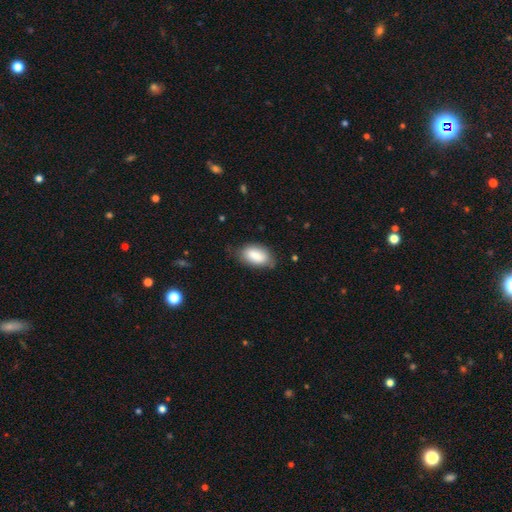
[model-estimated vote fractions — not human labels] This appears to be a smooth galaxy with no disk features (84%) that is in between round and cigar-shaped (93%). Merging: none (68%).